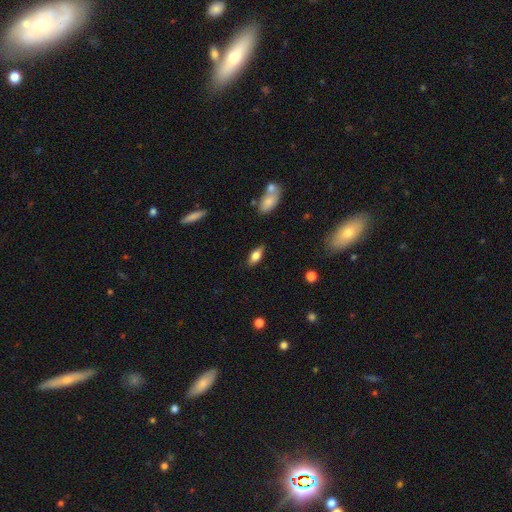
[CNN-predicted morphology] smooth-or-featured: smooth: 75% | featured or disk: 17% | star or artifact: 8%
  how-rounded: in between: 83% | cigar-shaped: 13% | round: 4%
  merging: none: 84% | minor disturbance: 11% | major disturbance: 3% | merger: 2%